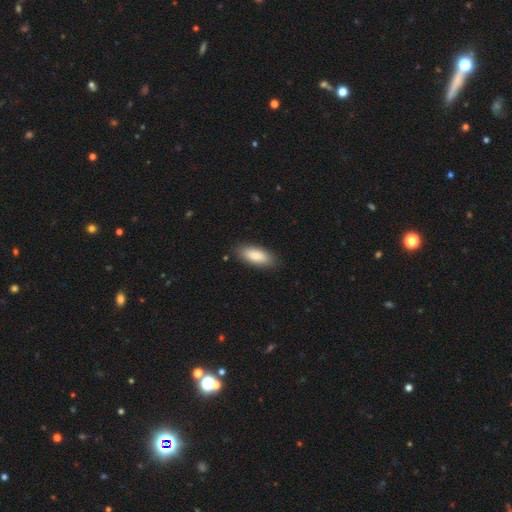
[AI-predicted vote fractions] Smooth or featured? Predicted: smooth (p=0.87). How rounded? Predicted: in between (p=0.81). Merging? Predicted: none (p=0.86).